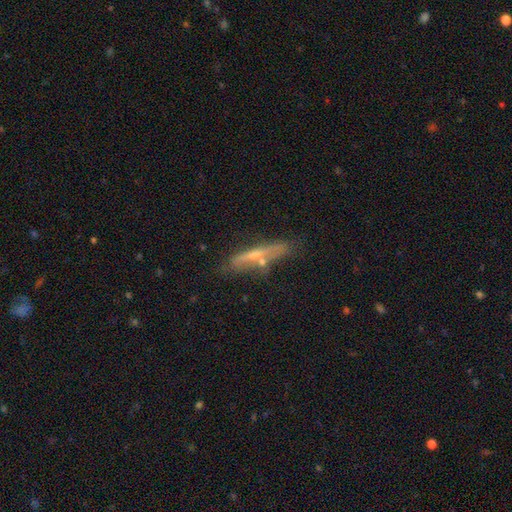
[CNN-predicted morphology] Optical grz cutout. It shows a featured or disk galaxy (53%) viewed edge-on (84%). Merging: none (68%).